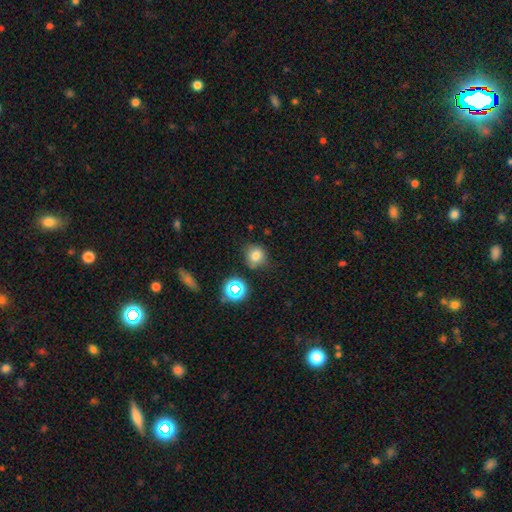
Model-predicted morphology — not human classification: This appears to be a smooth galaxy with no disk features (75%) that is round (84%). Merging: none (77%).